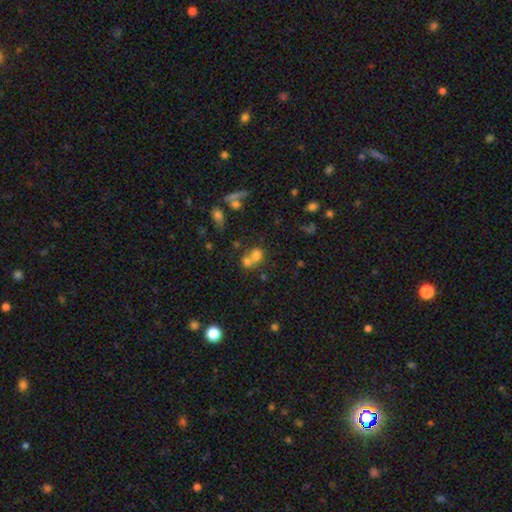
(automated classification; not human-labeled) Q: Smooth or featured?
A: smooth (67%); runner-up: featured or disk (16%)
Q: How rounded?
A: round (57%); runner-up: in between (42%)
Q: Merging?
A: merger (60%); runner-up: none (28%)